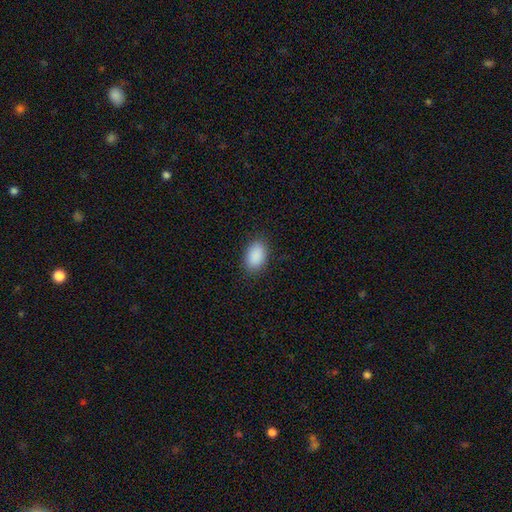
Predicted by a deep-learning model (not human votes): Overall: smooth (90%). How rounded: in between (91%). Merging: none (87%).